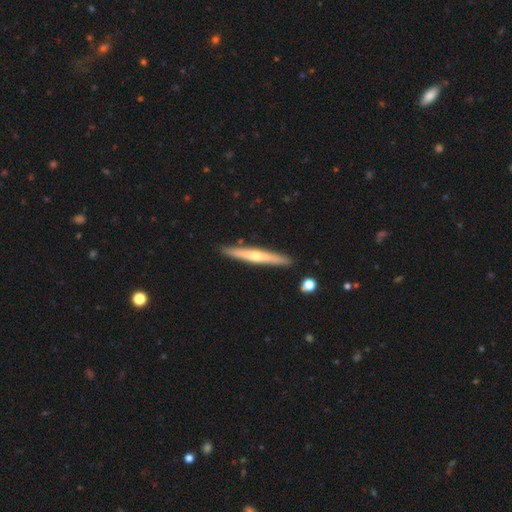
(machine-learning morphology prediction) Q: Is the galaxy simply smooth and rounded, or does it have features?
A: featured or disk — 57%.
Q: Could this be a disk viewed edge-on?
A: yes — 96%.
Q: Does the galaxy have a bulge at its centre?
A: rounded — 75%.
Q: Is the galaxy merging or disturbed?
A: none — 89%.